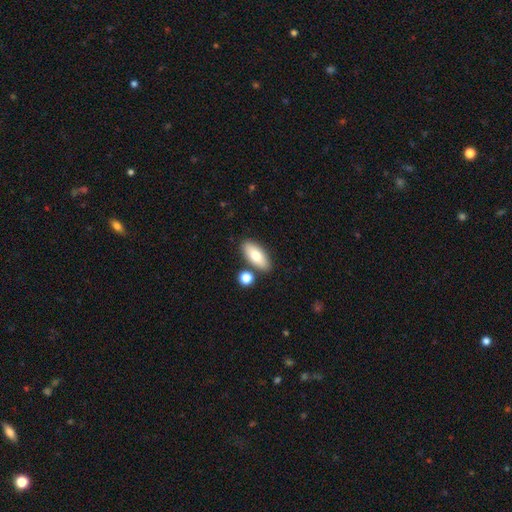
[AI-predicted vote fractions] This appears to be a smooth galaxy with no disk features (76%) that is in between round and cigar-shaped (83%). Merging: none (81%).